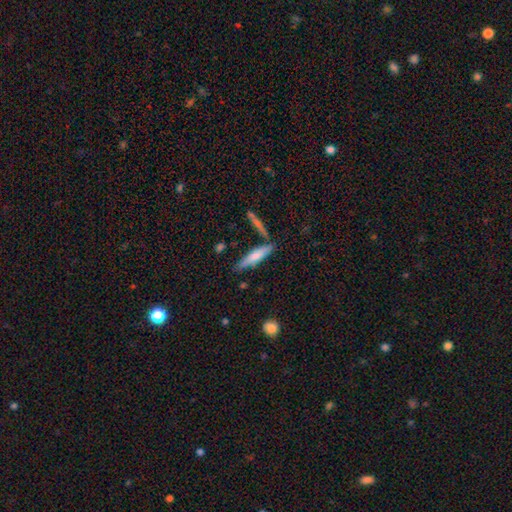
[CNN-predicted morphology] Smooth or featured: smooth — 65% (featured or disk — 29%)
How rounded: cigar-shaped — 79% (in between — 19%)
Merging: none — 74% (minor disturbance — 13%)